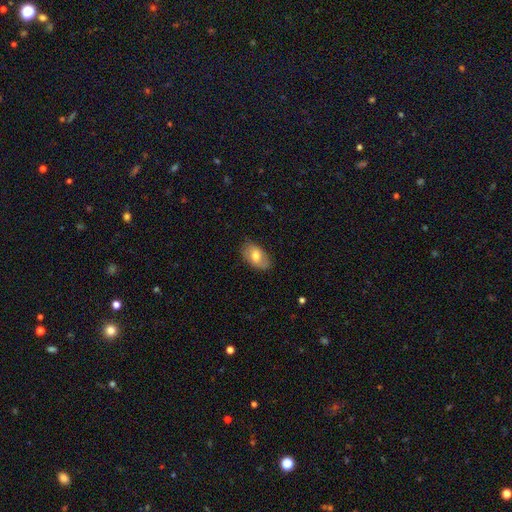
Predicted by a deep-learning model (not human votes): This is likely a smooth galaxy (70%). How rounded: clearly in between (92%). Merging: likely none (79%).